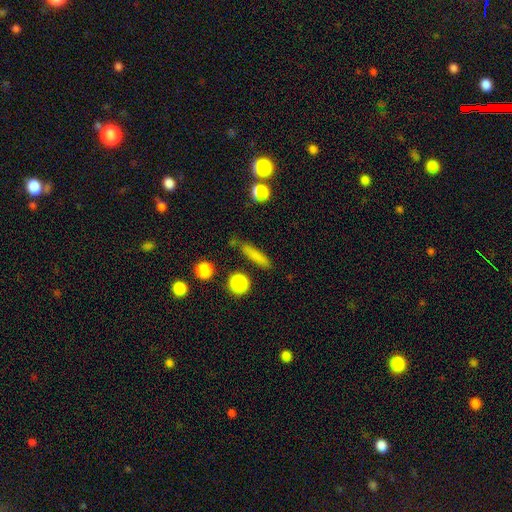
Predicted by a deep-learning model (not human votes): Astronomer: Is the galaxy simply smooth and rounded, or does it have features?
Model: smooth — 76%.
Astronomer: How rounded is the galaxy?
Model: cigar-shaped — 82%.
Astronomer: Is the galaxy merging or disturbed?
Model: none — 79%.